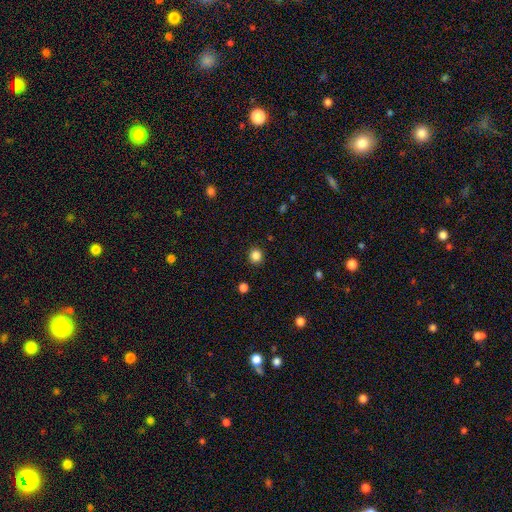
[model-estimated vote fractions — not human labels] Morphology: type=smooth (85%); roundness=round (92%); merging=none (92%).